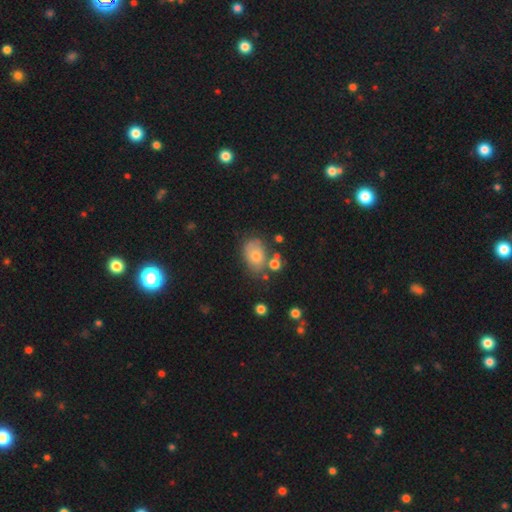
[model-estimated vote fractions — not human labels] This appears to be a smooth galaxy with no disk features (66%) that is in between round and cigar-shaped (77%). Merging: none (57%).